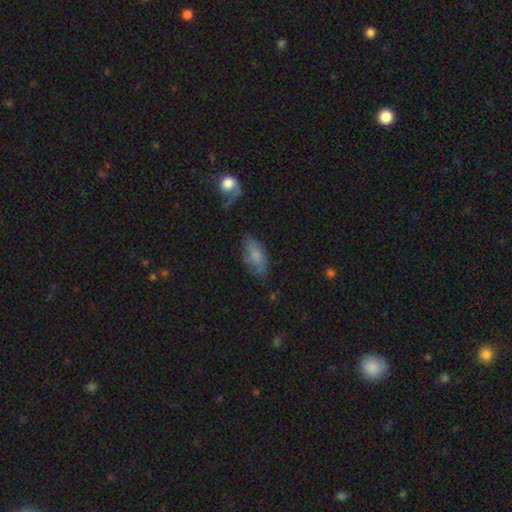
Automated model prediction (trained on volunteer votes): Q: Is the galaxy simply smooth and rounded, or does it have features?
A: smooth — 67%.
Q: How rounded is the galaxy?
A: in between — 83%.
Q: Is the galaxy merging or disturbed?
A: none — 63%.